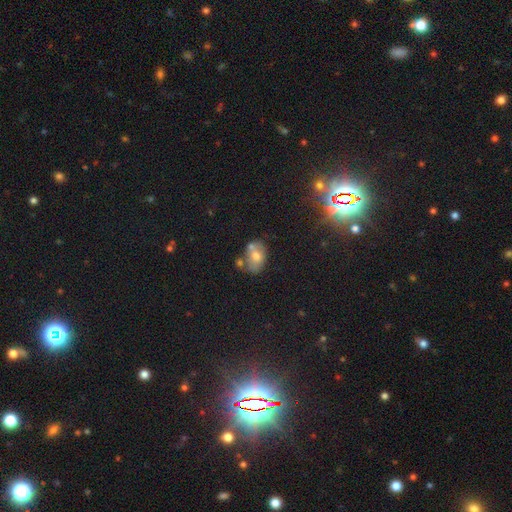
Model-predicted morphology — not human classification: Overall: smooth (59%; featured or disk 28%). How rounded: in between (74%). Merging: none (51%; merger 23%).